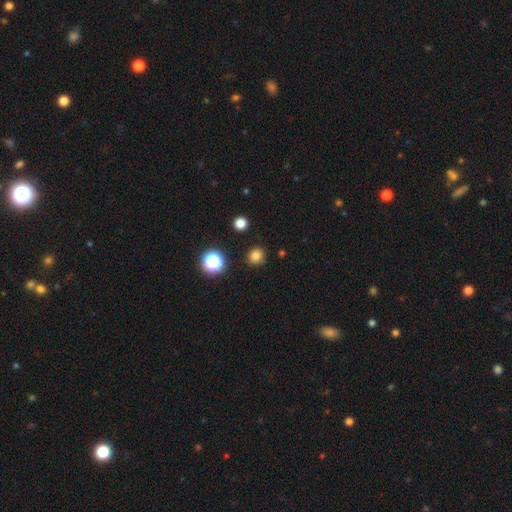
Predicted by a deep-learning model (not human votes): The model was most divided on "smooth or featured": smooth: 80%, star or artifact: 16%, featured or disk: 4%. More confident: how rounded — round (90%); merging — none (89%).